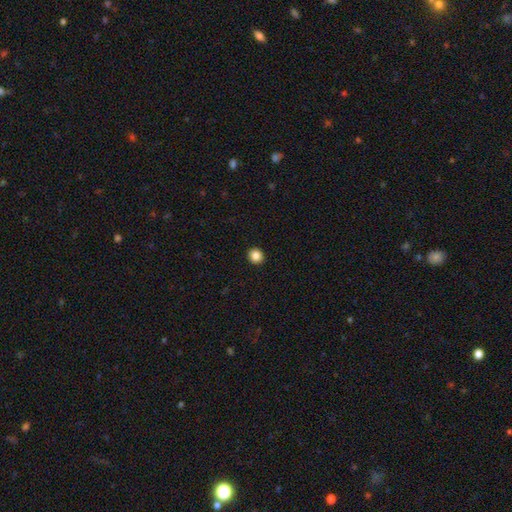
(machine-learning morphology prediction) This is clearly a smooth galaxy (86%). How rounded: clearly round (89%). Merging: clearly none (93%).